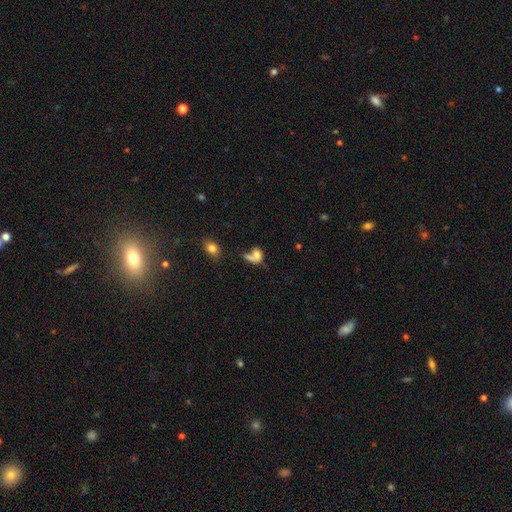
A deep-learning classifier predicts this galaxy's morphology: This appears to be a smooth galaxy with no disk features (64%) that is in between round and cigar-shaped (70%). Merging: merger (40%).